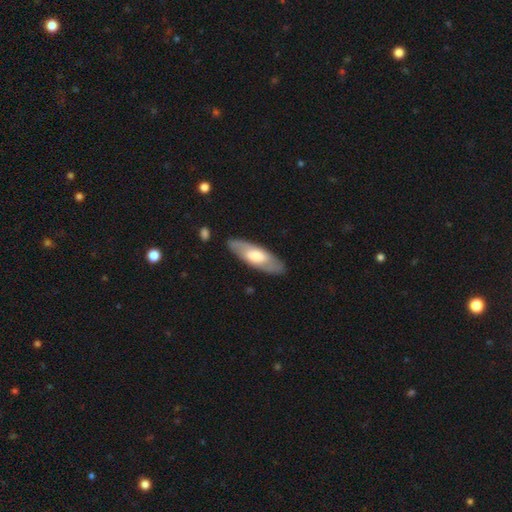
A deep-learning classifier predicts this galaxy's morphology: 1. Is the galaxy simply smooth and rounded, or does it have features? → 50% smooth, 45% featured or disk, 5% star or artifact.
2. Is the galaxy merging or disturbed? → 85% none, 11% minor disturbance, 3% major disturbance, 1% merger.